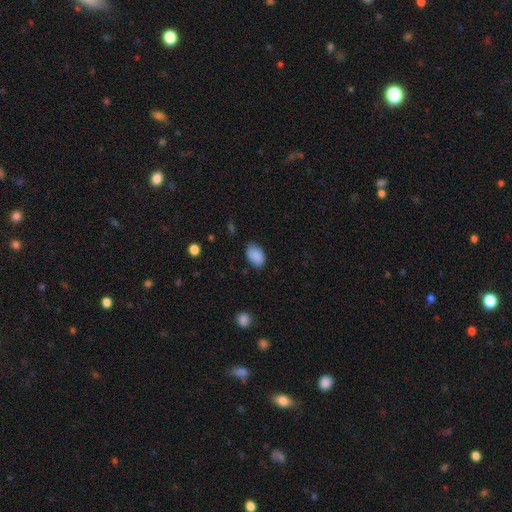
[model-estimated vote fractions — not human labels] Smooth or featured?
  - smooth: 89% *
  - star or artifact: 7%
  - featured or disk: 4%
How rounded?
  - in between: 88% *
  - round: 11%
  - cigar-shaped: 1%
Merging?
  - none: 76% *
  - minor disturbance: 19%
  - major disturbance: 4%
  - merger: 1%